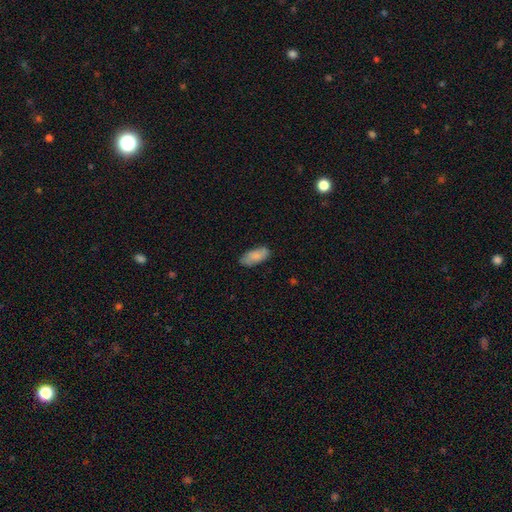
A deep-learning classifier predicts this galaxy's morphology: Q: Smooth or featured?
A: smooth (79%); runner-up: featured or disk (14%)
Q: How rounded?
A: in between (88%); runner-up: cigar-shaped (10%)
Q: Merging?
A: none (78%); runner-up: minor disturbance (17%)